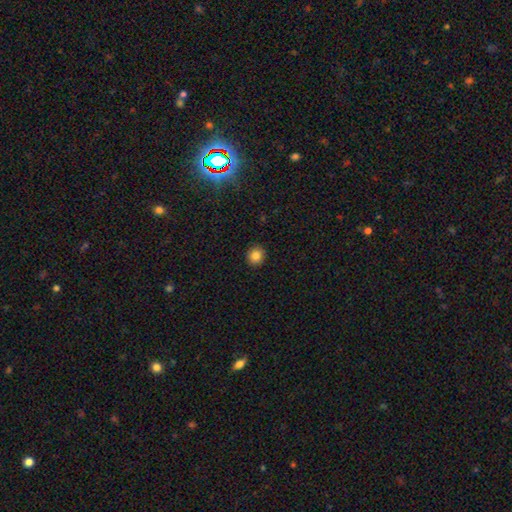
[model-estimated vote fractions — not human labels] smooth_or_featured: smooth (p=0.84) [alt: star or artifact p=0.10]
how_rounded: round (p=0.84) [alt: in between p=0.15]
merging: none (p=0.92) [alt: minor disturbance p=0.05]